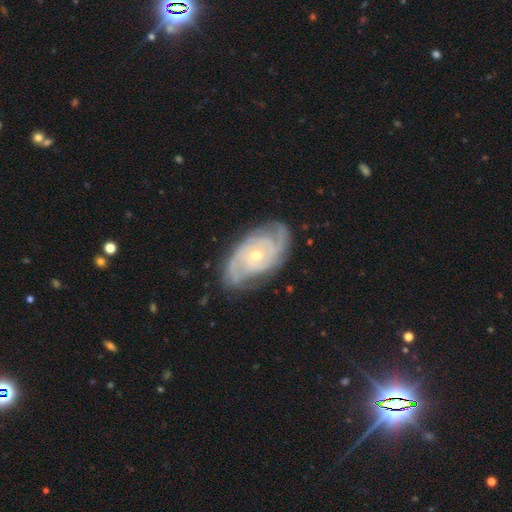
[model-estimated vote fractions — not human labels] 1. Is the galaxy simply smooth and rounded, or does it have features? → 89% featured or disk, 6% smooth, 5% star or artifact.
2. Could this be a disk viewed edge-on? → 96% no, 4% yes.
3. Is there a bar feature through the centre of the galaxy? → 74% no, 21% weak, 5% strong.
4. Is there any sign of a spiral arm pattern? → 97% yes, 3% no.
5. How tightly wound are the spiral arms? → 66% tight, 29% medium, 5% loose.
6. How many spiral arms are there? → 31% 2, 29% 3, 19% can't tell, 10% 4, 5% more than 4, 5% 1.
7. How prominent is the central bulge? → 62% small, 36% moderate, 1% large, 1% none, 1% dominant.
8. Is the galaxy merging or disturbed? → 76% none, 17% minor disturbance, 5% major disturbance, 1% merger.